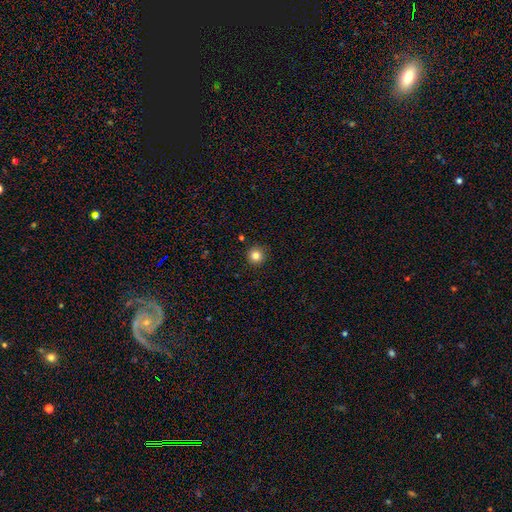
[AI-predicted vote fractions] smooth-or-featured: smooth: 83% | star or artifact: 12% | featured or disk: 5%
  how-rounded: round: 95% | in between: 4% | cigar-shaped: 1%
  merging: none: 91% | minor disturbance: 5% | major disturbance: 2% | merger: 2%